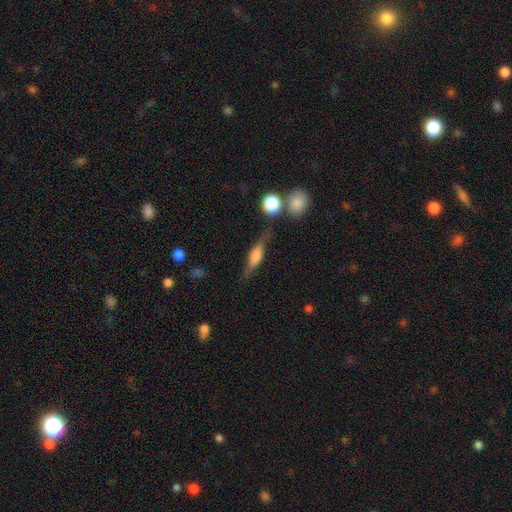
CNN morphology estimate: Smooth or featured: featured or disk — 54% (smooth — 37%)
Edge-on disk: yes — 89% (no — 11%)
Merging: none — 65% (minor disturbance — 20%)